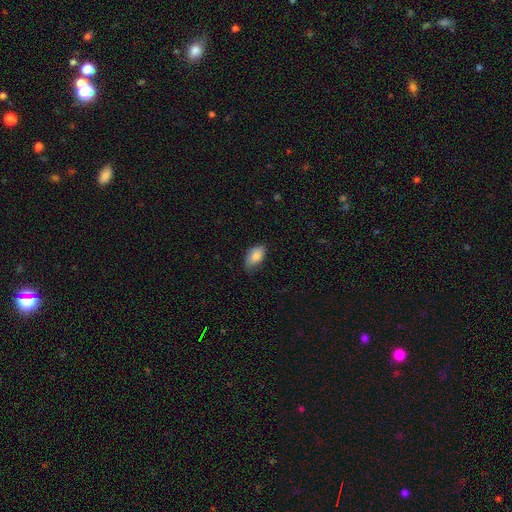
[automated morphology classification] Smooth or featured? Predicted: smooth (p=0.84). How rounded? Predicted: in between (p=0.93). Merging? Predicted: none (p=0.65).